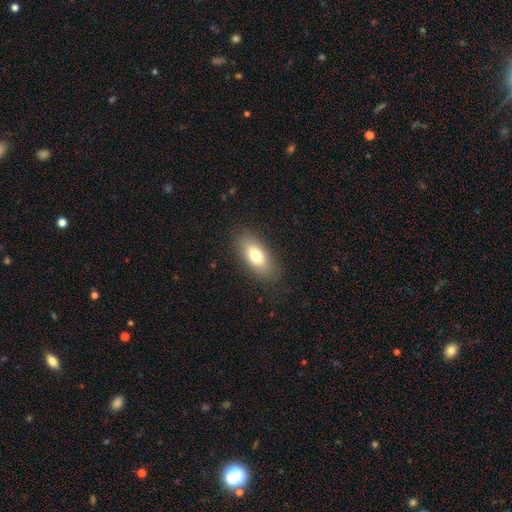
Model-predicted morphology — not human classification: This is likely a smooth galaxy (76%). How rounded: clearly in between (83%). Merging: clearly none (85%).